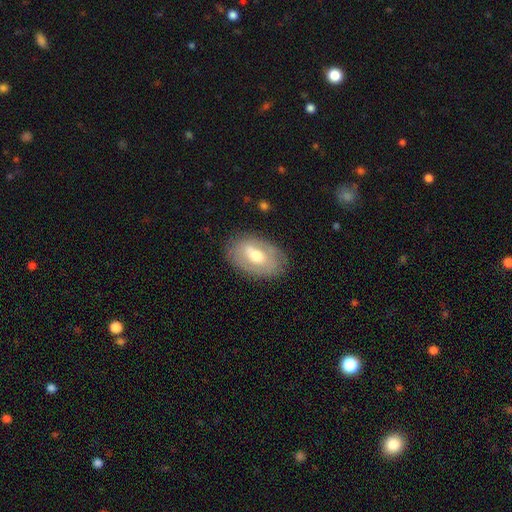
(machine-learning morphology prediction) This is possibly a featured or disk galaxy (50%). Merging: likely none (79%).